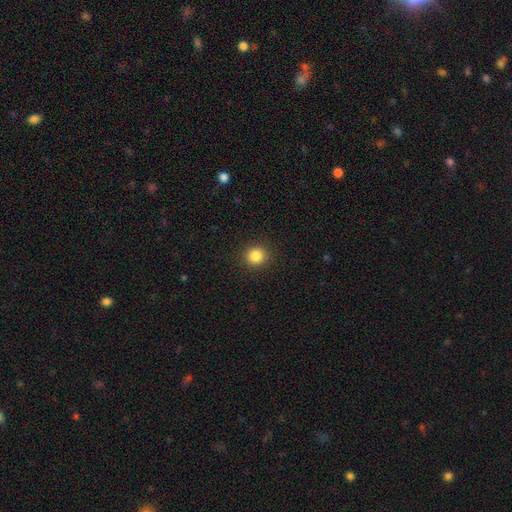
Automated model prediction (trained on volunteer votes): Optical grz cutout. It shows a smooth galaxy with no disk features (85%) that is round (92%). Merging: none (91%).